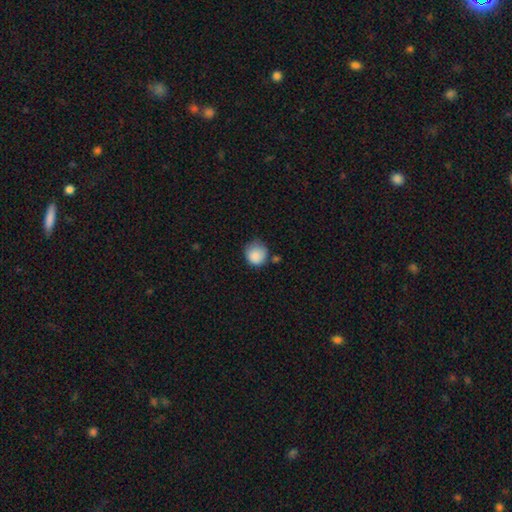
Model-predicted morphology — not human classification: Smooth or featured?
  - smooth: 86% *
  - star or artifact: 9%
  - featured or disk: 5%
How rounded?
  - round: 87% *
  - in between: 12%
  - cigar-shaped: 1%
Merging?
  - none: 58% *
  - minor disturbance: 28%
  - major disturbance: 7%
  - merger: 6%